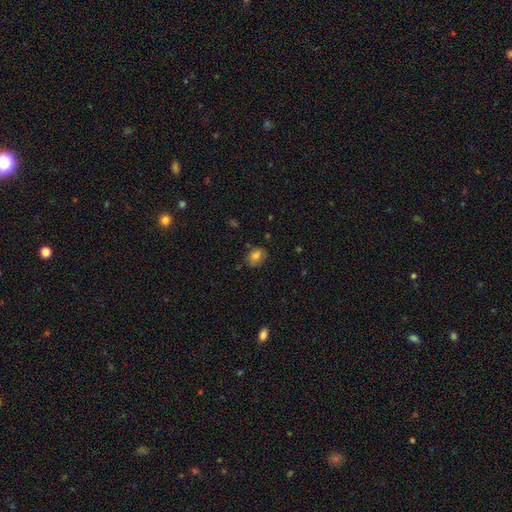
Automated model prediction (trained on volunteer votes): Smooth or featured? smooth (79%)
How rounded? in between (61%)
Merging? none (69%)